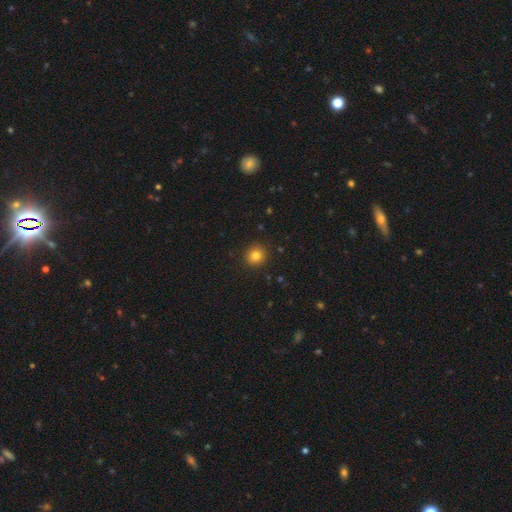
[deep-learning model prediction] Smooth or featured?
  - smooth: 82% *
  - star or artifact: 12%
  - featured or disk: 6%
How rounded?
  - round: 86% *
  - in between: 13%
  - cigar-shaped: 1%
Merging?
  - none: 90% *
  - minor disturbance: 7%
  - major disturbance: 2%
  - merger: 1%